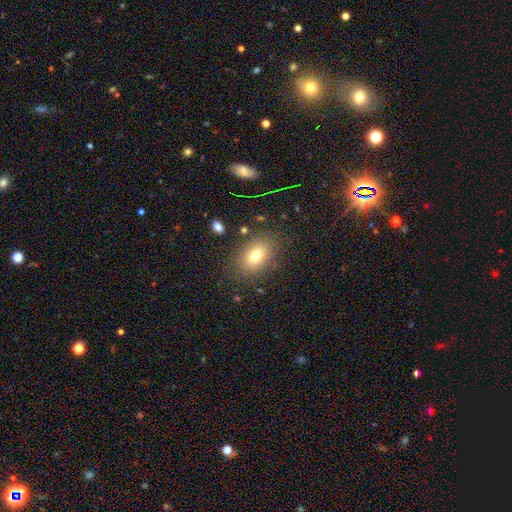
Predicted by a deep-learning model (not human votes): The model was most divided on "smooth or featured": smooth: 75%, featured or disk: 13%, star or artifact: 12%. More confident: merging — none (83%); how rounded — in between (82%).